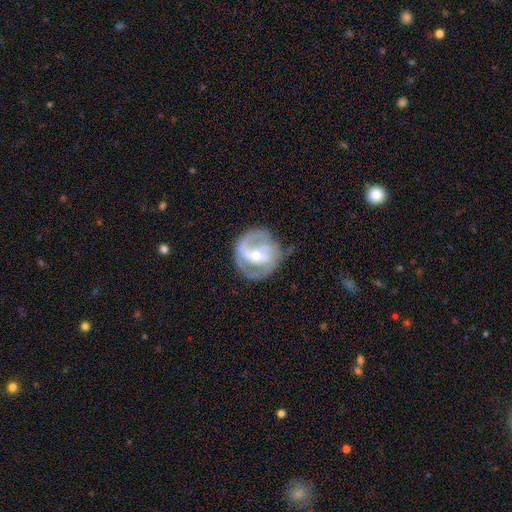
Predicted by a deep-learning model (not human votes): This is clearly a featured or disk galaxy (81%). It is clearly not viewed edge-on (97%). Bar: marginally weak (39%). Spiral arm pattern: clearly yes (87%). Spiral arm count: likely 2 (69%). Spiral winding: possibly medium (46%). Central bulge: possibly moderate (51%). Merging: likely none (62%).